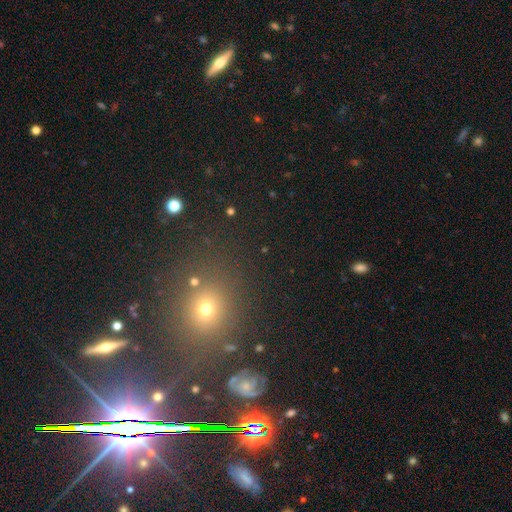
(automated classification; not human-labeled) This is possibly a star or artifact rather than a galaxy (56%).